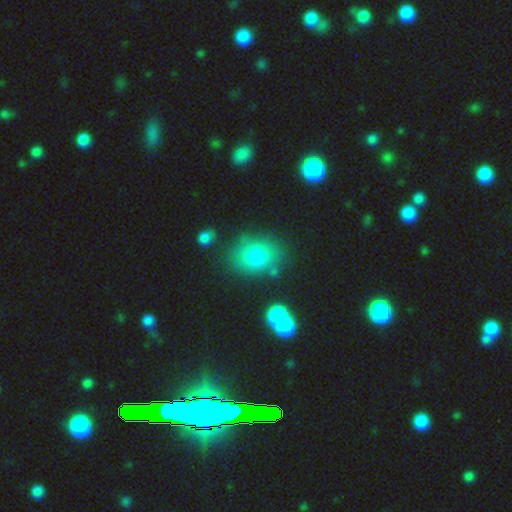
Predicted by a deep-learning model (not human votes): smooth 77%, star or artifact 12%, featured or disk 11%. Down the decision tree: how rounded — in between (51%); merging — none (71%).